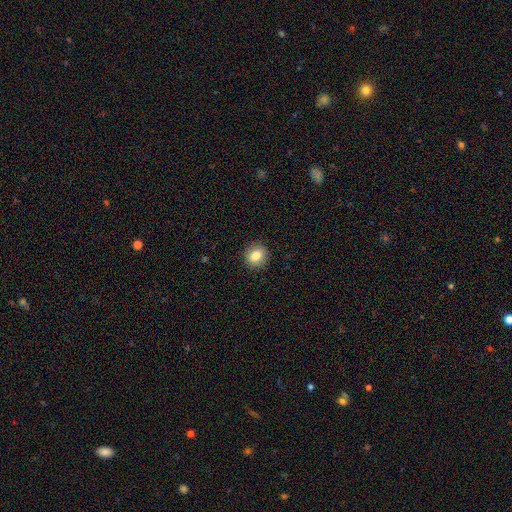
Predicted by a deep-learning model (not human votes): The model was most divided on "how rounded": round: 75%, in between: 24%, cigar-shaped: 1%. More confident: merging — none (90%); smooth or featured — smooth (84%).